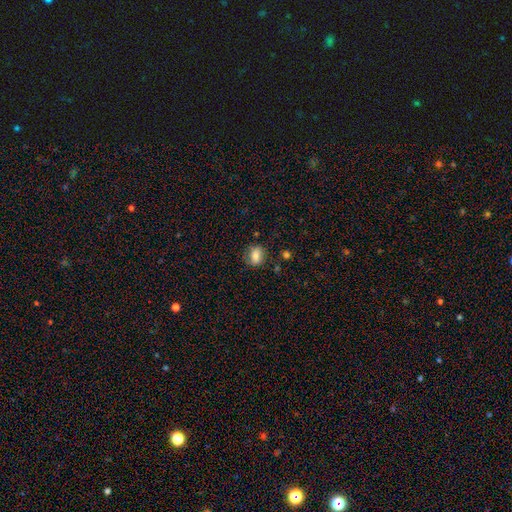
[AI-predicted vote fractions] A smooth galaxy with no disk features (80%) that is in between round and cigar-shaped (65%).

Vote fractions:
- Smooth or featured? smooth: 80% / featured or disk: 11% / star or artifact: 9%
- How rounded? in between: 65% / round: 33% / cigar-shaped: 2%
- Merging? none: 74% / minor disturbance: 18% / major disturbance: 5% / merger: 2%